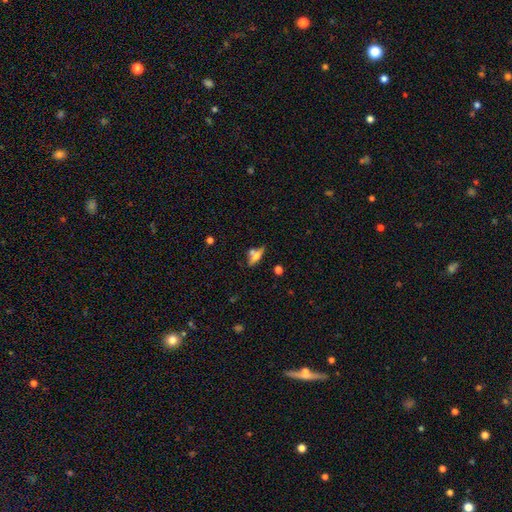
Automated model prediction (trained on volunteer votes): Morphology: type=smooth (46%); merging=none (53%).